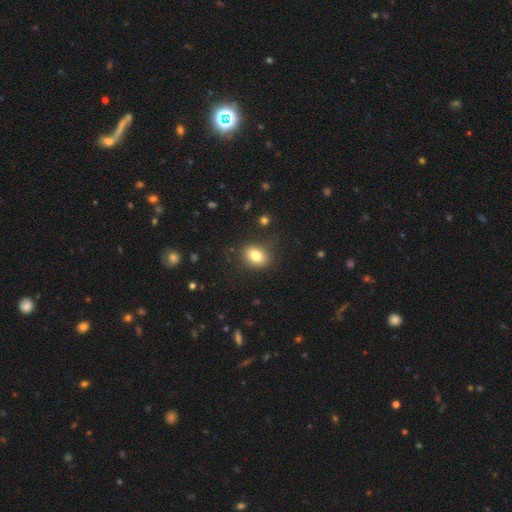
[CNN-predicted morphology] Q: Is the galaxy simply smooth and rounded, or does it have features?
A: smooth — 80%.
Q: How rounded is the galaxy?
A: in between — 65%.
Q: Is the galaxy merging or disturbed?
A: none — 83%.